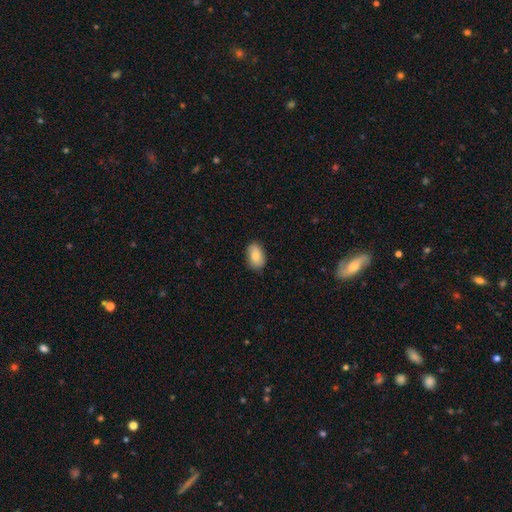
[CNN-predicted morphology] Overall: smooth (82%). How rounded: in between (90%). Merging: none (83%).